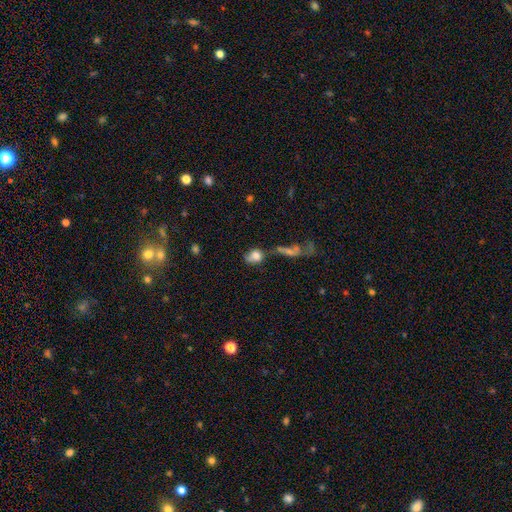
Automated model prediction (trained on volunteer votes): A smooth galaxy with no disk features (71%) that is in between round and cigar-shaped (55%).

Vote fractions:
- Smooth or featured? smooth: 71% / featured or disk: 19% / star or artifact: 10%
- How rounded? in between: 55% / round: 41% / cigar-shaped: 4%
- Merging? merger: 34% / none: 29% / major disturbance: 21% / minor disturbance: 16%